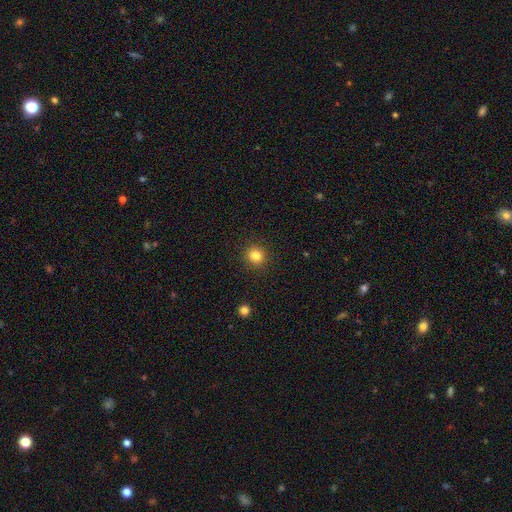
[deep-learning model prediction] Overall: smooth (82%). How rounded: round (91%). Merging: none (92%).